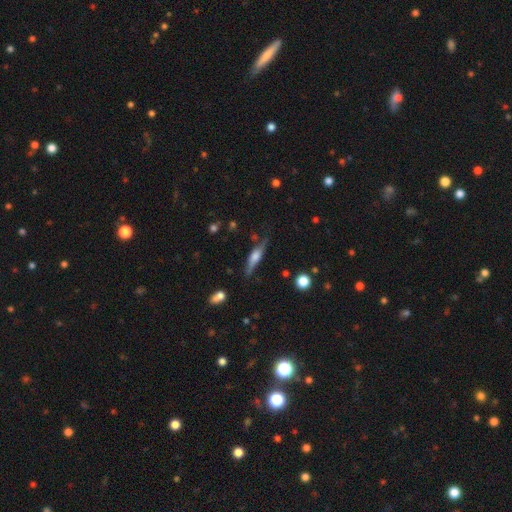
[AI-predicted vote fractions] smooth_or_featured: featured or disk (p=0.58) [alt: smooth p=0.34]
disk_edge_on: yes (p=0.91) [alt: no p=0.09]
edge_on_bulge: rounded (p=0.73) [alt: boxy p=0.21]
merging: none (p=0.70) [alt: minor disturbance p=0.21]